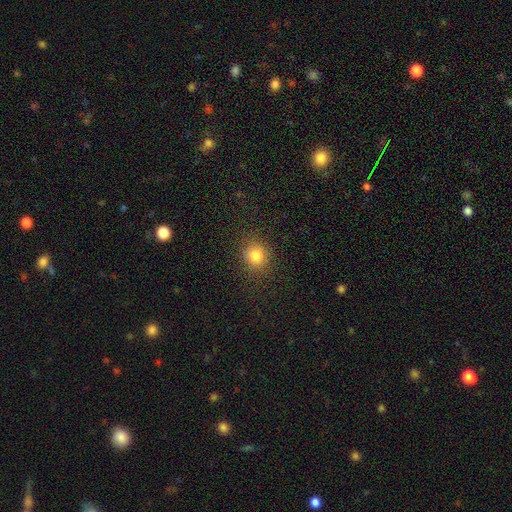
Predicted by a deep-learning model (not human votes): Smooth or featured: smooth — 81% (star or artifact — 13%)
How rounded: round — 80% (in between — 19%)
Merging: none — 87% (minor disturbance — 8%)